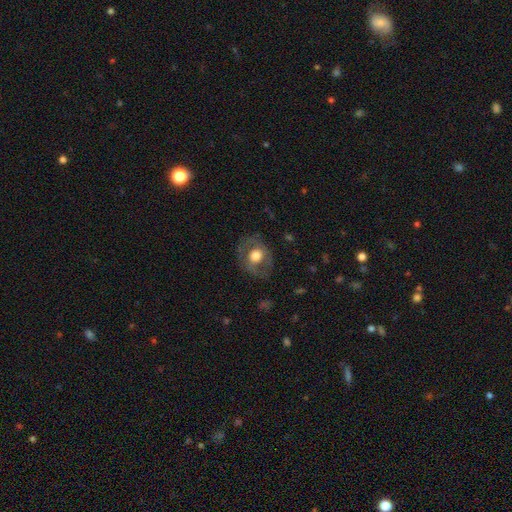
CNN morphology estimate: Smooth or featured?
  - smooth: 52% *
  - featured or disk: 41%
  - star or artifact: 8%
How rounded?
  - round: 63% *
  - in between: 36%
  - cigar-shaped: 1%
Merging?
  - none: 75% *
  - minor disturbance: 15%
  - major disturbance: 9%
  - merger: 1%